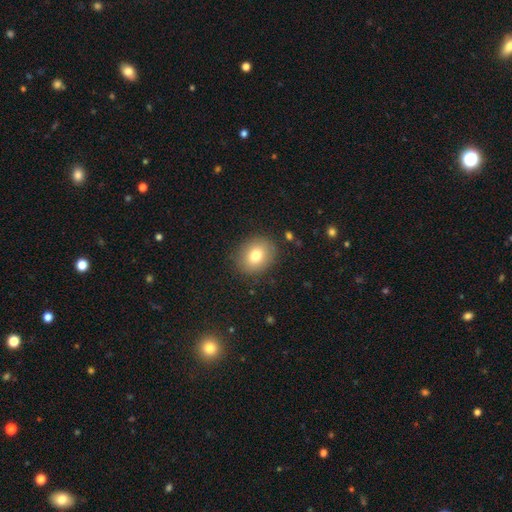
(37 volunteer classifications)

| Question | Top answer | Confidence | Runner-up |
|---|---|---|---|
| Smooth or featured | smooth | 89% | featured or disk (5%) |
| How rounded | in between | 55% | round (45%) |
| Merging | none | 86% | minor disturbance (14%) |